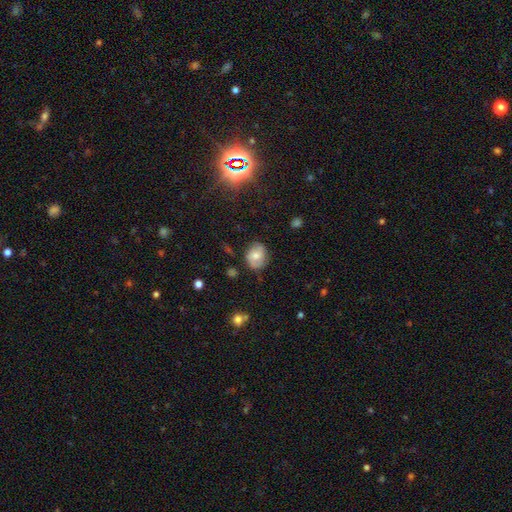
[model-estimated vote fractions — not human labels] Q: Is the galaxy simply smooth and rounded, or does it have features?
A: smooth — 54%.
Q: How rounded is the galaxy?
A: round — 57%.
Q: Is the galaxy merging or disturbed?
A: none — 72%.